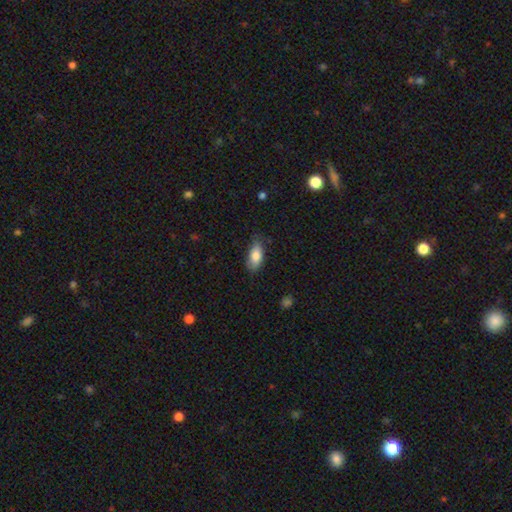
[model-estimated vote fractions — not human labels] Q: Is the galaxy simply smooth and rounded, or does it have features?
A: smooth — 82%.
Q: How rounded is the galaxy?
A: in between — 86%.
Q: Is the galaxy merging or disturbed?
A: none — 75%.